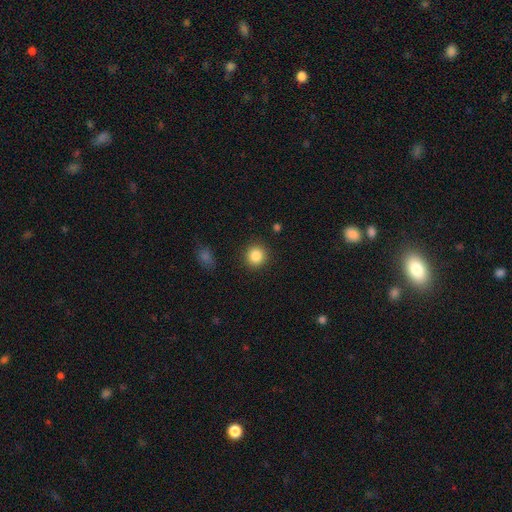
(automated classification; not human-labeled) Smooth or featured? Predicted: smooth (p=0.86). How rounded? Predicted: round (p=0.92). Merging? Predicted: none (p=0.90).